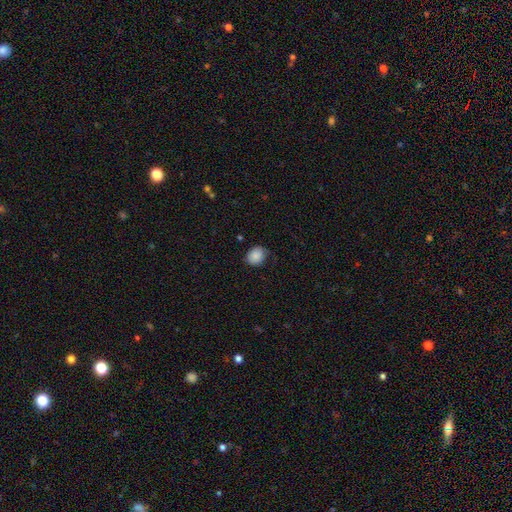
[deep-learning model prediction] Q: Smooth or featured?
A: smooth (88%); runner-up: star or artifact (8%)
Q: How rounded?
A: round (61%); runner-up: in between (38%)
Q: Merging?
A: none (78%); runner-up: minor disturbance (18%)